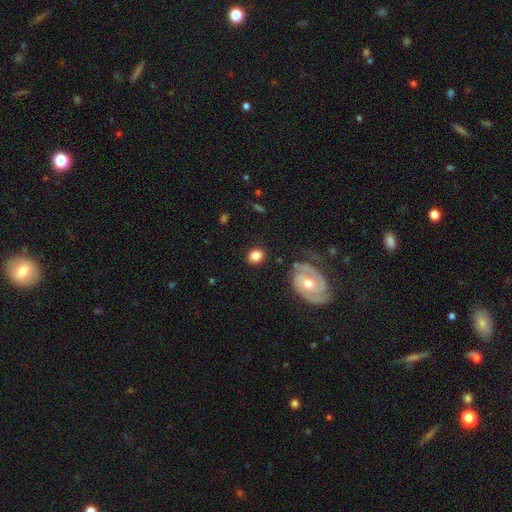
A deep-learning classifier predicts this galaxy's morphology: A smooth galaxy with no disk features (80%) that is in between round and cigar-shaped (53%).

Vote fractions:
- Smooth or featured? smooth: 80% / featured or disk: 12% / star or artifact: 7%
- How rounded? in between: 53% / round: 46% / cigar-shaped: 1%
- Merging? none: 82% / minor disturbance: 11% / major disturbance: 4% / merger: 3%